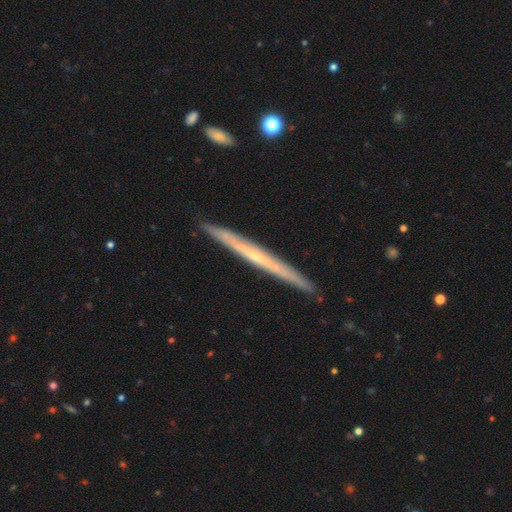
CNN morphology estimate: A featured or disk galaxy (70%) viewed edge-on (97%) with no central bulge (64%). Merging: none (90%).